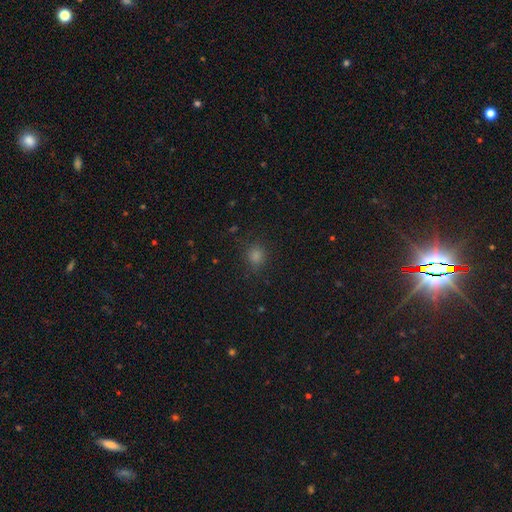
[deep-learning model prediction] smooth-or-featured: smooth: 74% | star or artifact: 22% | featured or disk: 4%
  how-rounded: round: 84% | in between: 15% | cigar-shaped: 1%
  merging: none: 88% | minor disturbance: 8% | major disturbance: 3% | merger: 1%